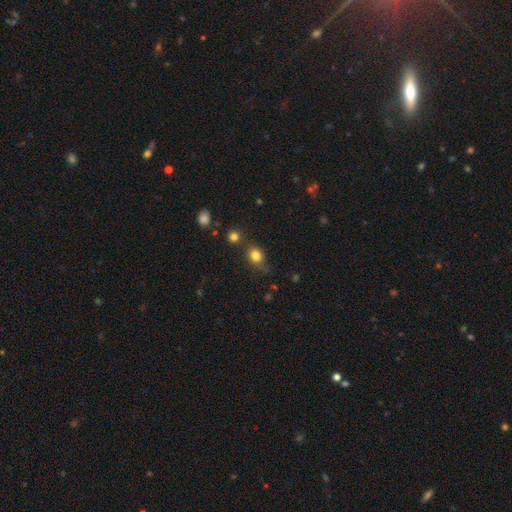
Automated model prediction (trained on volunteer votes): A smooth galaxy with no disk features (81%) that is round (66%). Merging: none (69%).